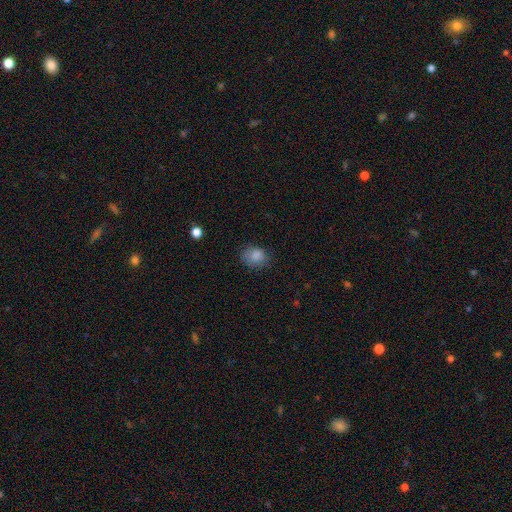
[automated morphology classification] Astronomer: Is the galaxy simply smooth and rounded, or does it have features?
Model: smooth — 84%.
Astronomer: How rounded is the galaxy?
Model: round — 50% (runner-up: in between, 49%).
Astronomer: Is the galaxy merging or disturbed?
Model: none — 71%.